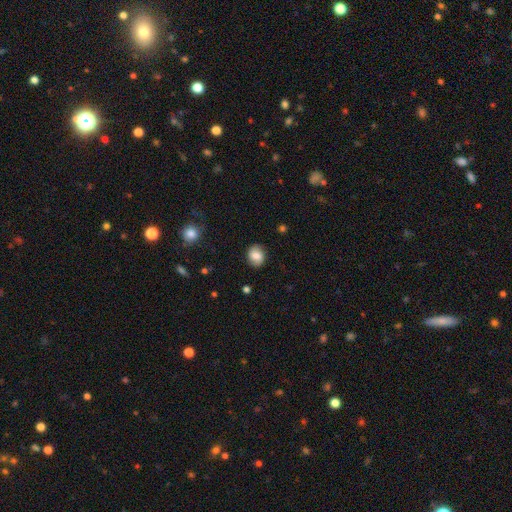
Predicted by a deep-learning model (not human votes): smooth_or_featured: smooth (p=0.78) [alt: featured or disk p=0.14]
how_rounded: round (p=0.62) [alt: in between p=0.37]
merging: none (p=0.84) [alt: minor disturbance p=0.12]